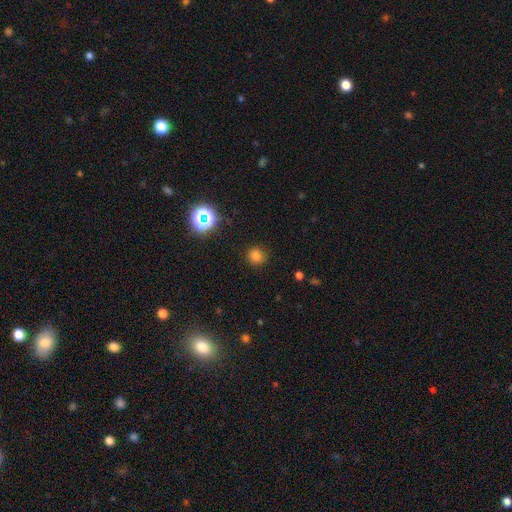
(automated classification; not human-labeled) Morphology: type=smooth (76%); roundness=round (86%); merging=none (86%).